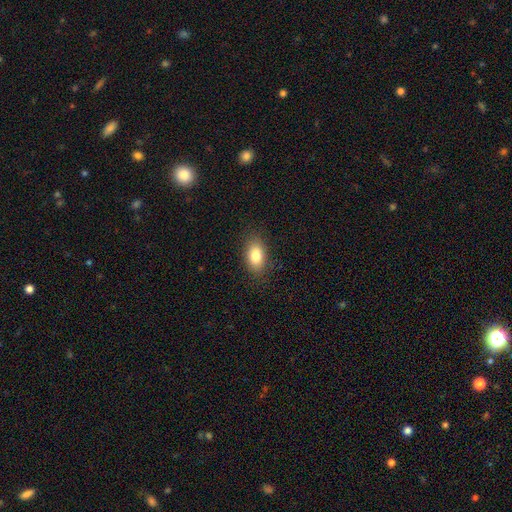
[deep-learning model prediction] Q: Smooth or featured?
A: smooth (82%); runner-up: featured or disk (10%)
Q: How rounded?
A: in between (89%); runner-up: round (8%)
Q: Merging?
A: none (86%); runner-up: minor disturbance (10%)